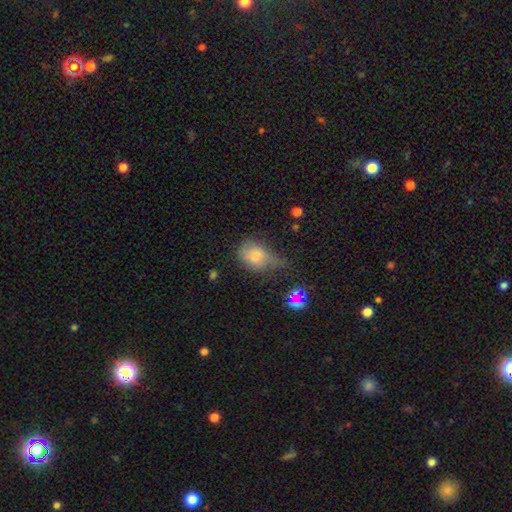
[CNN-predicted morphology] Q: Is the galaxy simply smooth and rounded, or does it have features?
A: smooth — 75%.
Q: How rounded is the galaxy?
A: in between — 62%.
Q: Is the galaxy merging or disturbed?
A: minor disturbance — 34%.